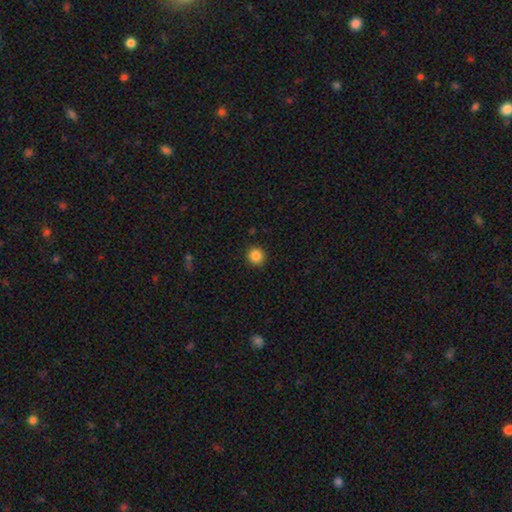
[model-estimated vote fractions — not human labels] A smooth galaxy with no disk features (86%) that is round (92%). Merging: none (91%).